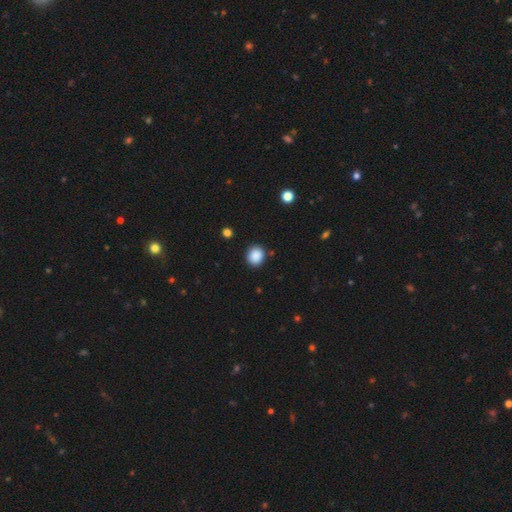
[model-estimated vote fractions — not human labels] Smooth or featured: smooth — 88% (star or artifact — 9%)
How rounded: round — 77% (in between — 22%)
Merging: none — 88% (minor disturbance — 8%)